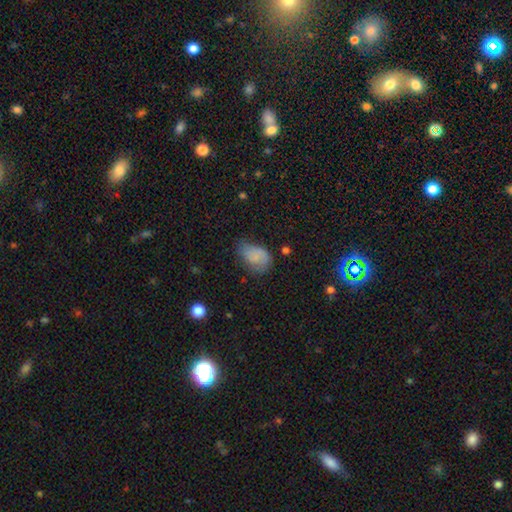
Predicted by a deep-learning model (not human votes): A smooth galaxy with no disk features (73%) that is in between round and cigar-shaped (85%).

Vote fractions:
- Smooth or featured? smooth: 73% / featured or disk: 17% / star or artifact: 10%
- How rounded? in between: 85% / round: 14% / cigar-shaped: 1%
- Merging? none: 45% / minor disturbance: 38% / major disturbance: 15% / merger: 2%